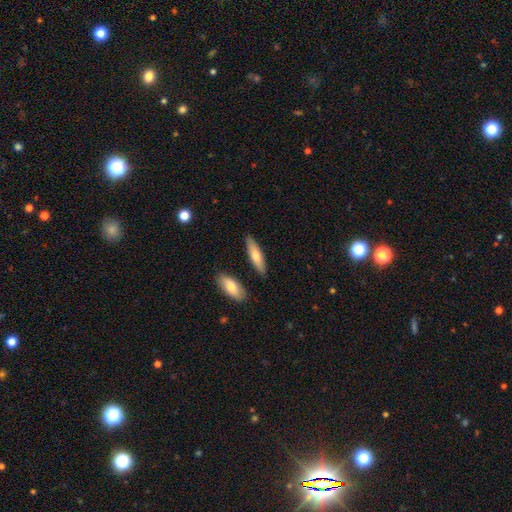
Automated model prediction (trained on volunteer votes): Smooth or featured: smooth — 70% (featured or disk — 24%)
How rounded: cigar-shaped — 61% (in between — 37%)
Merging: none — 84% (minor disturbance — 10%)